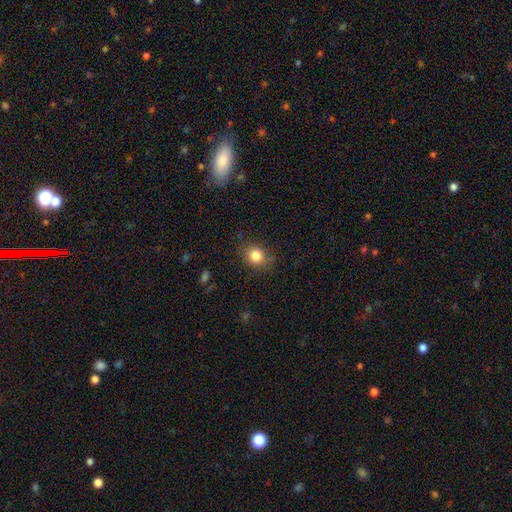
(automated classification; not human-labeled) Overall: smooth (83%). How rounded: round (71%). Merging: none (82%).